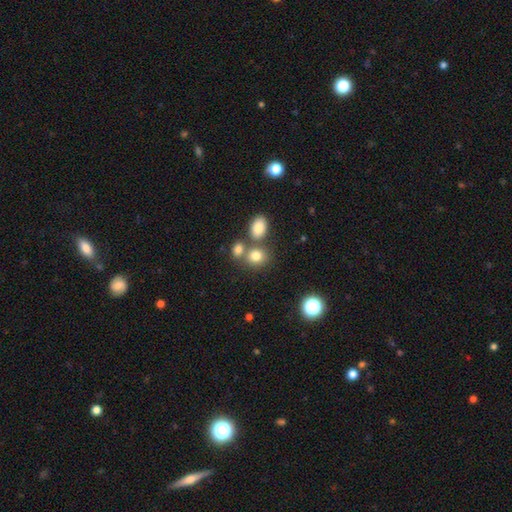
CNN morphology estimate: smooth 79%, star or artifact 12%, featured or disk 9%. Down the decision tree: how rounded — round (63%); merging — none (55%).